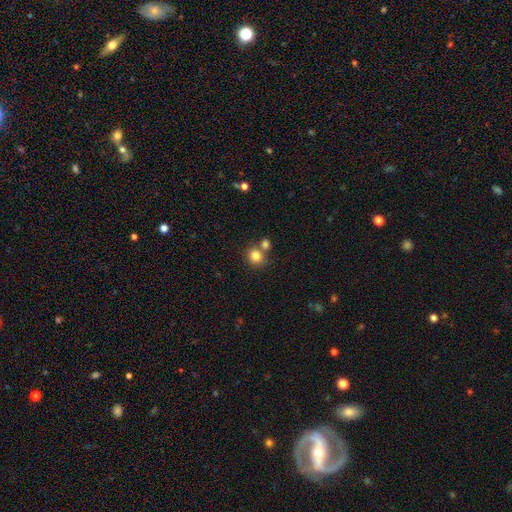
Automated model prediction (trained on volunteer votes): This appears to be a smooth galaxy with no disk features (82%) that is round (83%). Merging: none (62%).